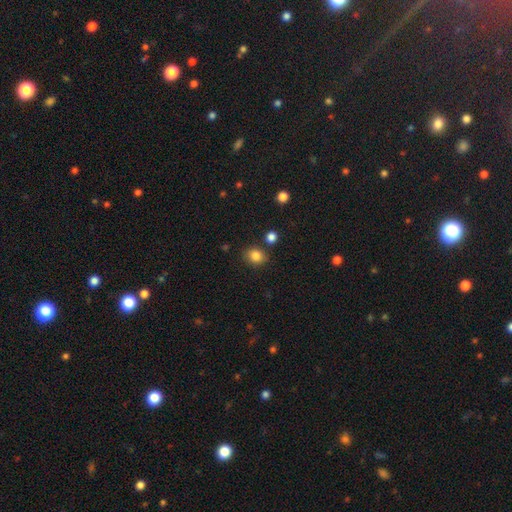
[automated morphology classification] A smooth galaxy with no disk features (84%) that is round (63%).

Vote fractions:
- Smooth or featured? smooth: 84% / star or artifact: 11% / featured or disk: 5%
- How rounded? round: 63% / in between: 36% / cigar-shaped: 1%
- Merging? none: 81% / minor disturbance: 11% / merger: 5% / major disturbance: 3%